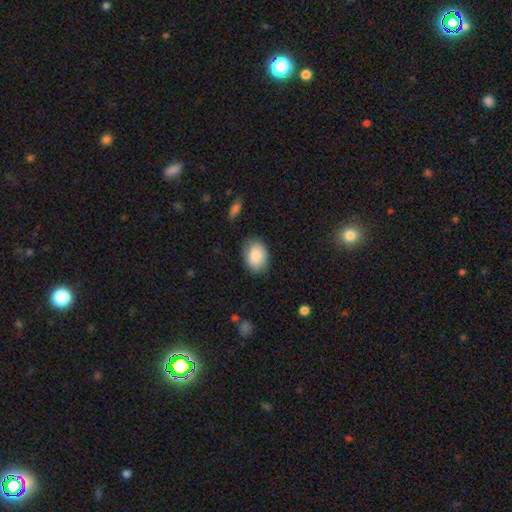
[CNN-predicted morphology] This appears to be a smooth galaxy with no disk features (86%) that is in between round and cigar-shaped (80%). Merging: none (79%).